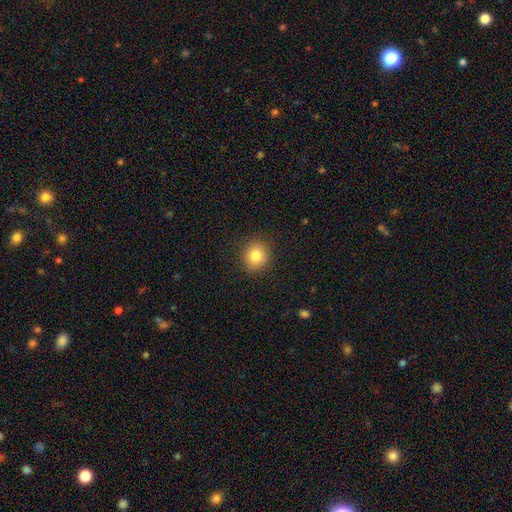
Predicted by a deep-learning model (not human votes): smooth 82%, star or artifact 11%, featured or disk 7%. Down the decision tree: how rounded — round (87%); merging — none (90%).